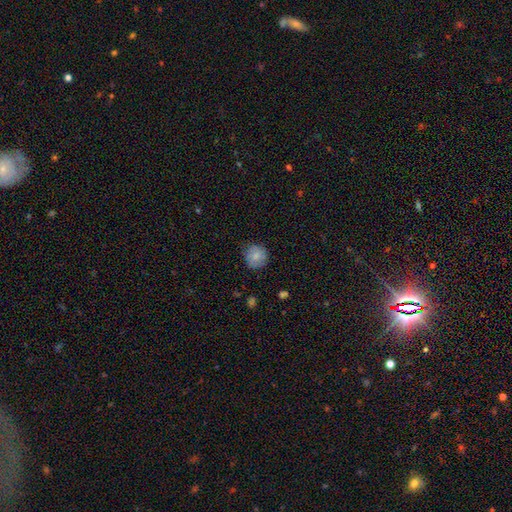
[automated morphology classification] Smooth or featured? Predicted: smooth (p=0.81). How rounded? Predicted: round (p=0.92). Merging? Predicted: none (p=0.80).